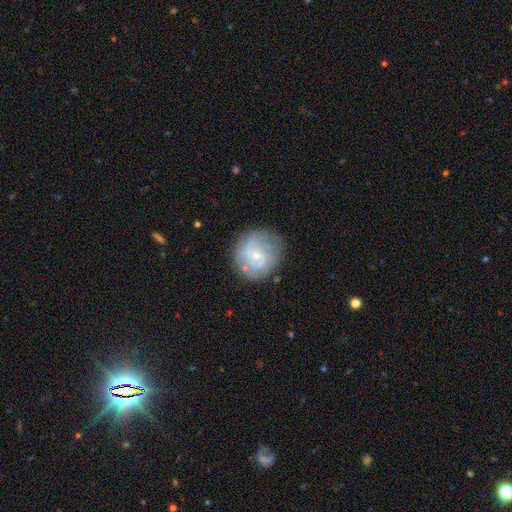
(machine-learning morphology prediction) Smooth or featured? Predicted: featured or disk (p=0.63). Edge-on disk? Predicted: no (p=0.98). Bar? Predicted: no (p=0.53). Spiral arms? Predicted: yes (p=0.80). Bulge size? Predicted: small (p=0.74). Merging? Predicted: none (p=0.73).